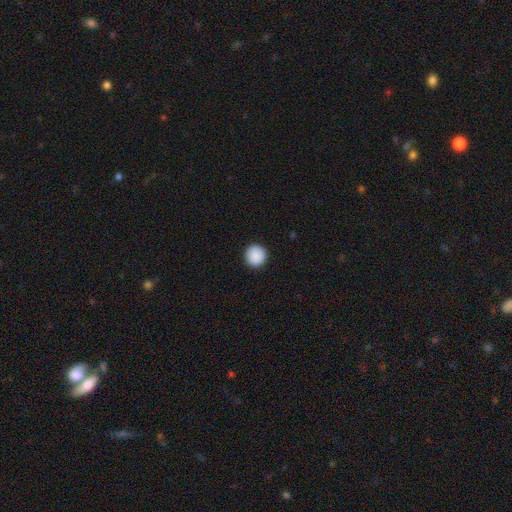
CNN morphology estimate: Smooth or featured?
  - smooth: 89% *
  - star or artifact: 7%
  - featured or disk: 3%
How rounded?
  - round: 95% *
  - in between: 4%
  - cigar-shaped: 1%
Merging?
  - none: 93% *
  - minor disturbance: 5%
  - major disturbance: 2%
  - merger: 1%